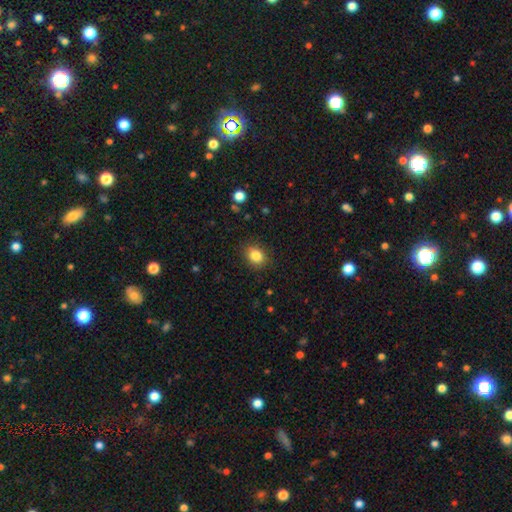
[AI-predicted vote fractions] Q: Smooth or featured?
A: smooth (85%); runner-up: star or artifact (10%)
Q: How rounded?
A: in between (50%); runner-up: round (49%)
Q: Merging?
A: none (87%); runner-up: minor disturbance (9%)